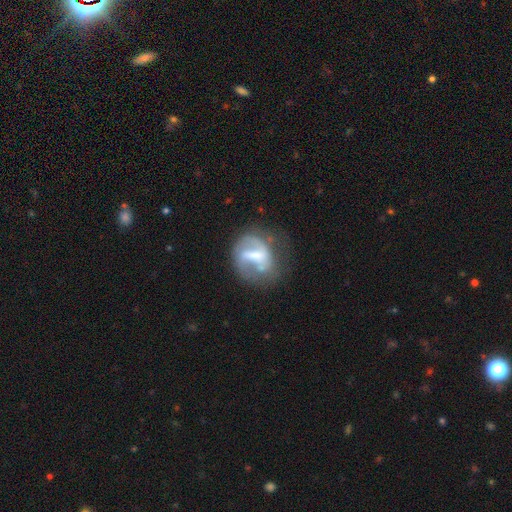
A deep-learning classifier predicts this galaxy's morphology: smooth_or_featured: featured or disk (p=0.64) [alt: smooth p=0.28]
disk_edge_on: no (p=0.97) [alt: yes p=0.03]
bar: strong (p=0.43) [alt: weak p=0.38]
has_spiral_arms: yes (p=0.59) [alt: no p=0.41]
bulge_size: moderate (p=0.36) [alt: small p=0.25]
merging: none (p=0.42) [alt: major disturbance p=0.28]